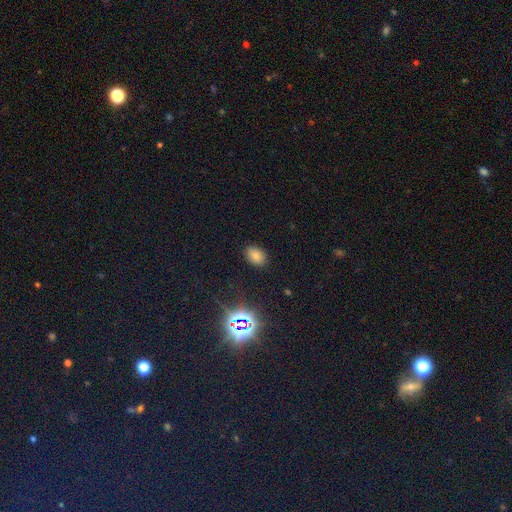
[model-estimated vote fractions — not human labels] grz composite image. It shows a smooth galaxy with no disk features (72%) that is in between round and cigar-shaped (81%). Merging: none (87%).